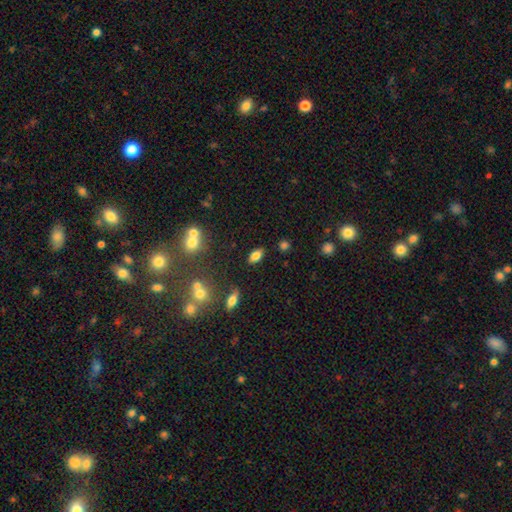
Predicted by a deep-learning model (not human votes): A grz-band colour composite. It shows a smooth galaxy with no disk features (79%) that is in between round and cigar-shaped (89%). Merging: none (82%).